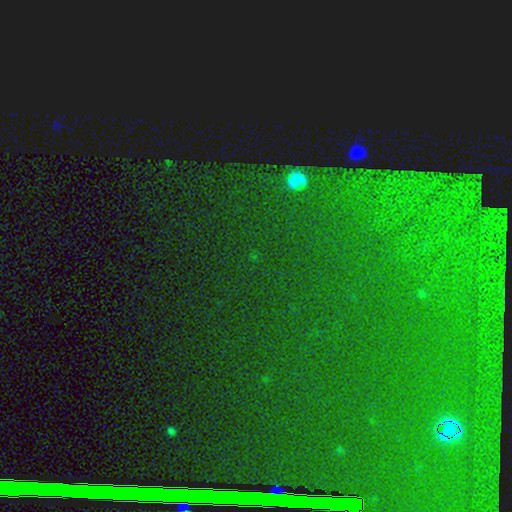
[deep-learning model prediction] Smooth or featured?
  - star or artifact: 83% *
  - smooth: 9%
  - featured or disk: 8%